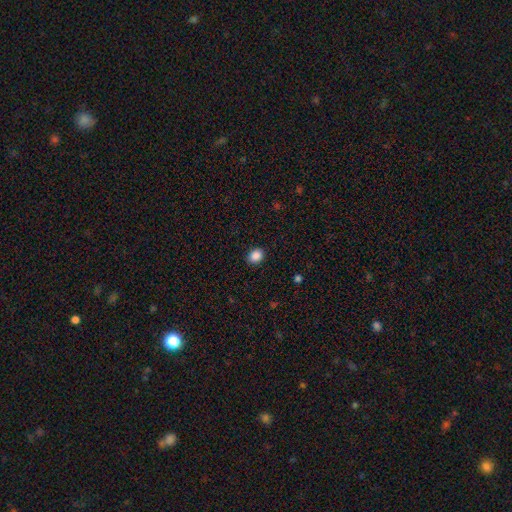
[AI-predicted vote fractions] This is clearly a smooth galaxy (88%). How rounded: possibly round (55%). Merging: clearly none (89%).